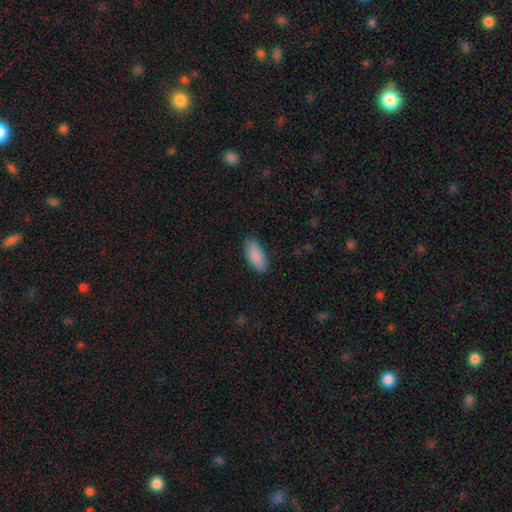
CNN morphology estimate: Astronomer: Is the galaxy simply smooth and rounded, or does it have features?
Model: smooth — 89%.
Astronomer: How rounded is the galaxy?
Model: in between — 86%.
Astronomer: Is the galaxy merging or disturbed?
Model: none — 85%.